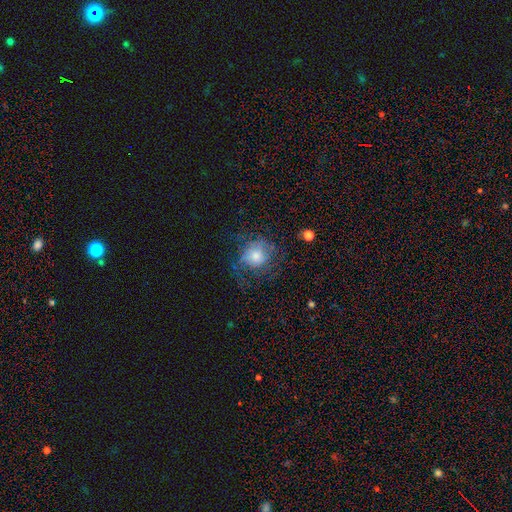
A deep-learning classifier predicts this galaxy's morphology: Smooth or featured: smooth — 51% (featured or disk — 36%)
How rounded: round — 82% (in between — 17%)
Merging: none — 55% (major disturbance — 24%)